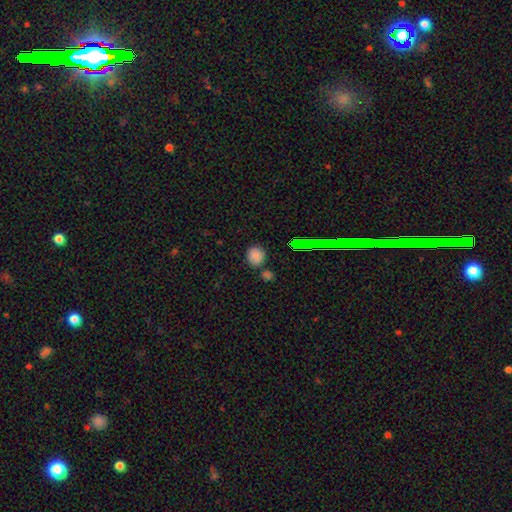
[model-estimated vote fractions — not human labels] A smooth galaxy with no disk features (80%) that is round (75%).

Vote fractions:
- Smooth or featured? smooth: 80% / star or artifact: 15% / featured or disk: 5%
- How rounded? round: 75% / in between: 24% / cigar-shaped: 1%
- Merging? none: 76% / minor disturbance: 11% / merger: 10% / major disturbance: 3%